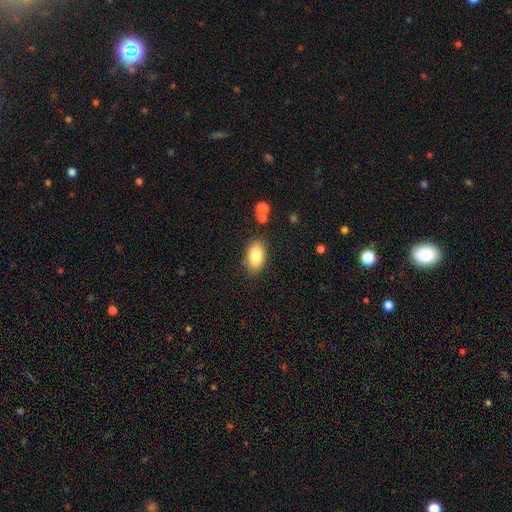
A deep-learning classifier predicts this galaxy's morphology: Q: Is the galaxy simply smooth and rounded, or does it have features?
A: smooth — 81%.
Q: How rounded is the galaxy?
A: in between — 91%.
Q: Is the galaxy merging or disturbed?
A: none — 83%.